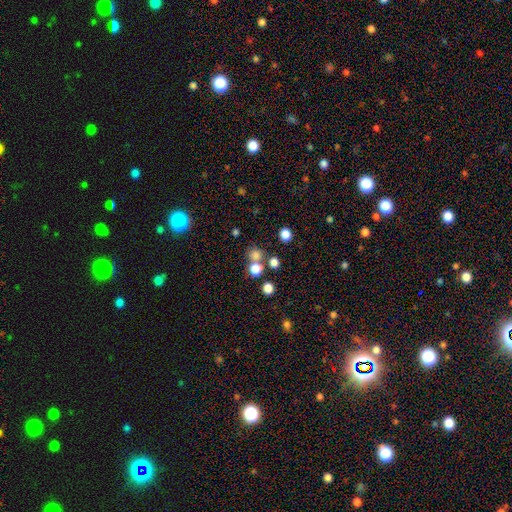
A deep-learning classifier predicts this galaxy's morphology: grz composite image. It shows a smooth galaxy with no disk features (73%) that is round (87%). Merging: none (61%).